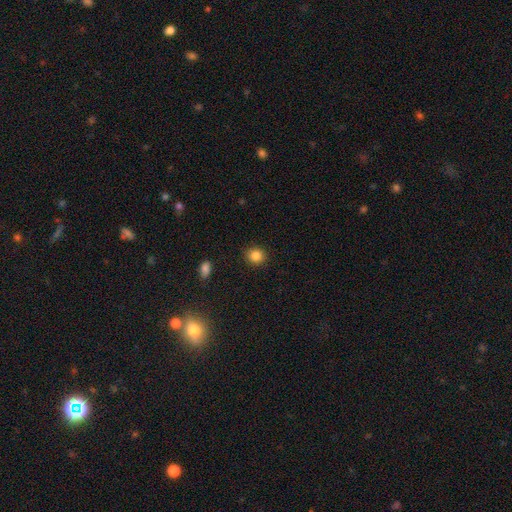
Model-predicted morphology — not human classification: type=smooth (85%); roundness=round (83%); merging=none (91%).